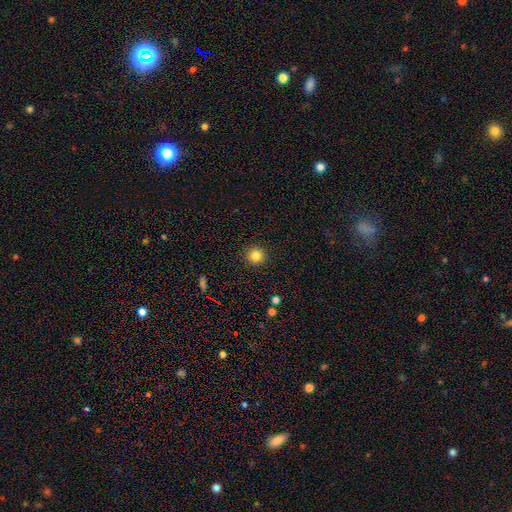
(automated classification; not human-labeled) Smooth or featured? smooth (82%)
How rounded? round (94%)
Merging? none (92%)